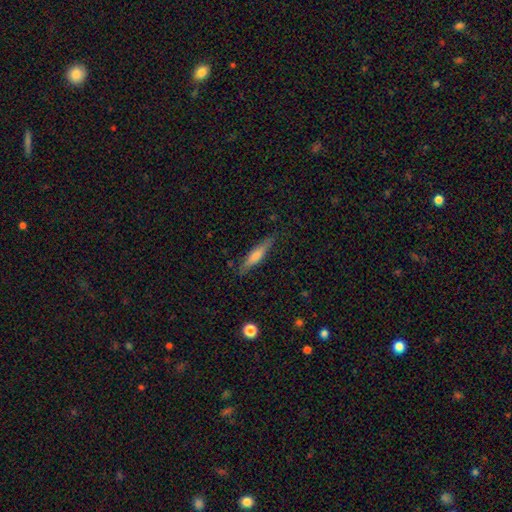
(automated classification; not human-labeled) Morphology: type=smooth (54%); roundness=cigar-shaped (87%); merging=none (85%).